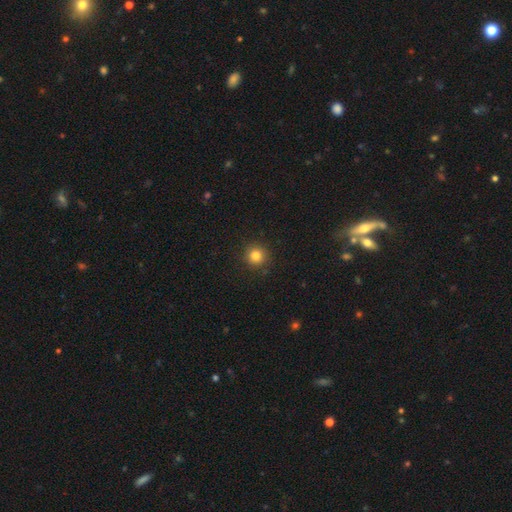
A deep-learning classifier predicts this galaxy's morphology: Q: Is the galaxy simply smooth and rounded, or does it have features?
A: smooth — 82%.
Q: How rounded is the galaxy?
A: round — 95%.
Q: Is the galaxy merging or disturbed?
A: none — 91%.